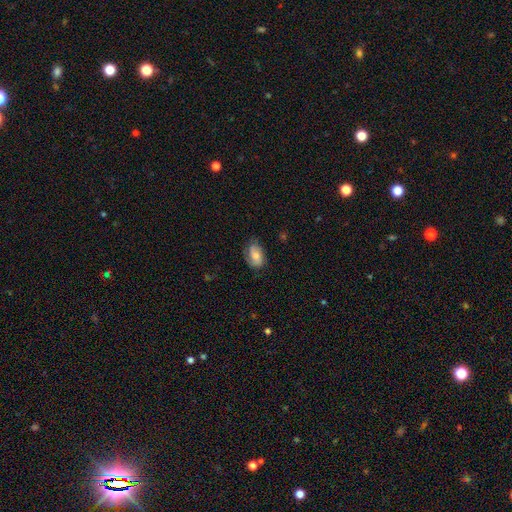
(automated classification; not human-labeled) This is possibly a smooth galaxy (53%). How rounded: clearly in between (85%). Merging: likely none (65%).